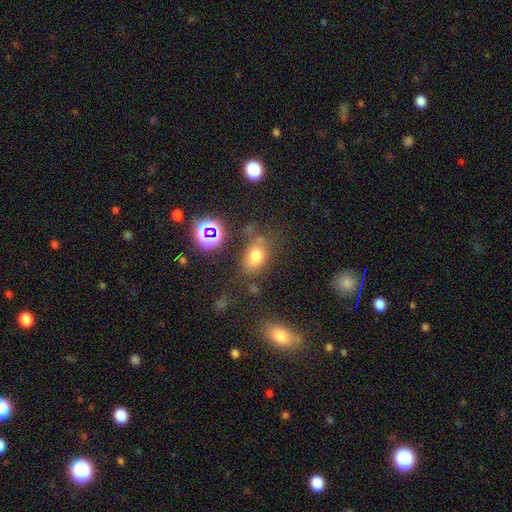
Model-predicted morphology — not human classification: Q: Smooth or featured?
A: smooth (71%); runner-up: star or artifact (18%)
Q: How rounded?
A: in between (76%); runner-up: round (22%)
Q: Merging?
A: none (65%); runner-up: minor disturbance (19%)